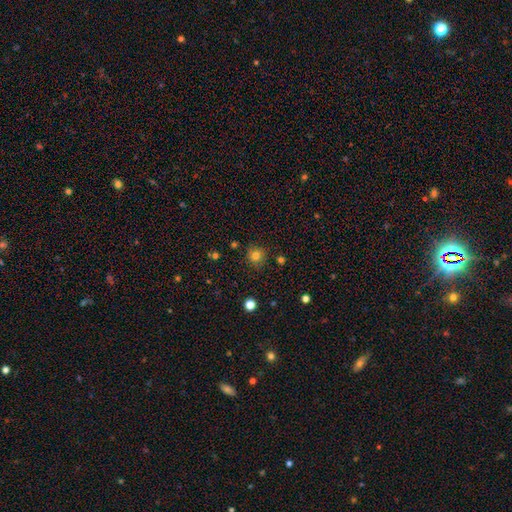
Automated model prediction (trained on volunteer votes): Smooth or featured? Predicted: smooth (p=0.80). How rounded? Predicted: round (p=0.92). Merging? Predicted: none (p=0.86).